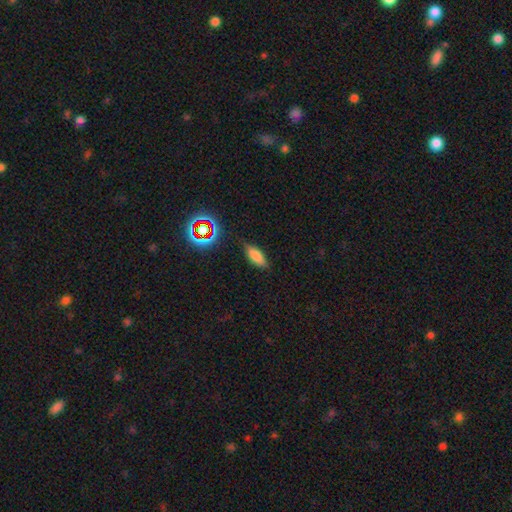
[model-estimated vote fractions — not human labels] Q: Smooth or featured?
A: smooth (73%); runner-up: star or artifact (14%)
Q: How rounded?
A: in between (74%); runner-up: cigar-shaped (23%)
Q: Merging?
A: none (81%); runner-up: minor disturbance (13%)